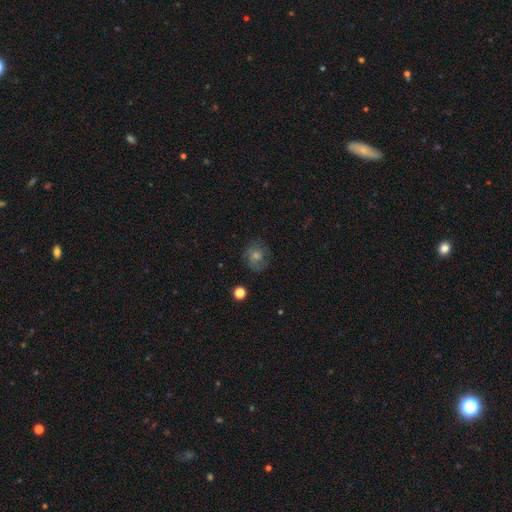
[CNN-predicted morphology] smooth-or-featured: smooth: 52% | featured or disk: 27% | star or artifact: 21%
  how-rounded: round: 76% | in between: 23% | cigar-shaped: 1%
  merging: none: 77% | minor disturbance: 15% | major disturbance: 6% | merger: 2%